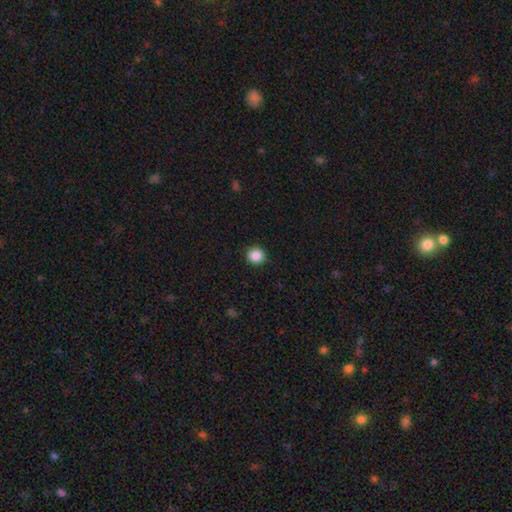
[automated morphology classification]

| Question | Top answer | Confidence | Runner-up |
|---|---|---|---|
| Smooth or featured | smooth | 88% | star or artifact (10%) |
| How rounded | round | 91% | in between (8%) |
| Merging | none | 91% | minor disturbance (6%) |